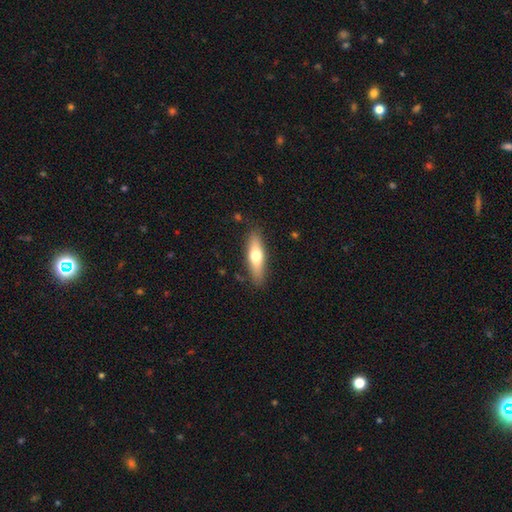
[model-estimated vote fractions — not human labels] smooth 59%, featured or disk 36%, star or artifact 6%. Down the decision tree: how rounded — cigar-shaped (61%); merging — none (86%).